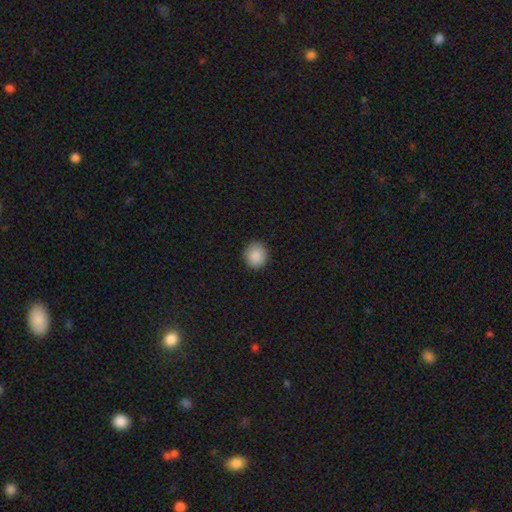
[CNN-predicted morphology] This is clearly a smooth galaxy (89%). How rounded: clearly round (89%). Merging: clearly none (91%).